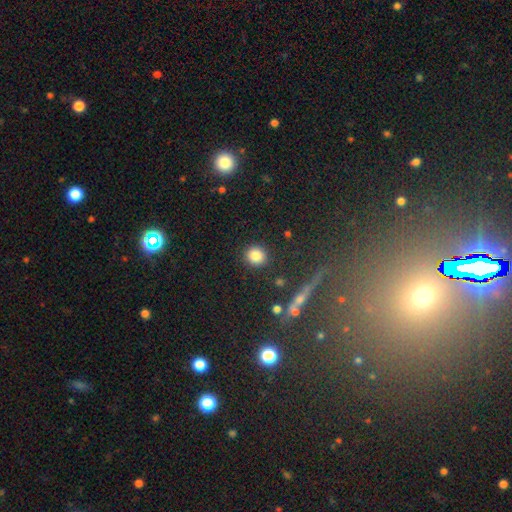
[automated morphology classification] Smooth or featured? smooth (83%)
How rounded? round (89%)
Merging? none (88%)